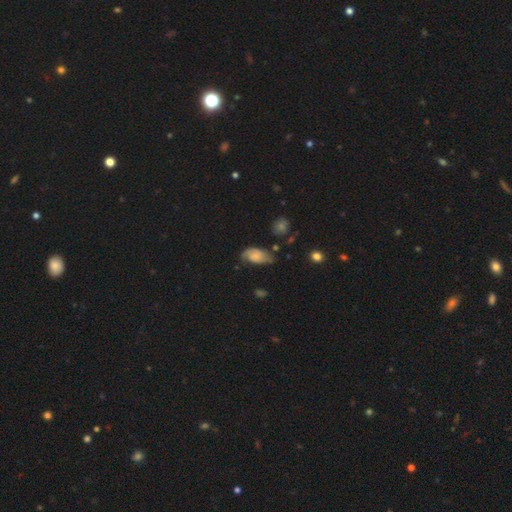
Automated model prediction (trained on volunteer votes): Smooth or featured? Predicted: smooth (p=0.48). Merging? Predicted: none (p=0.46).